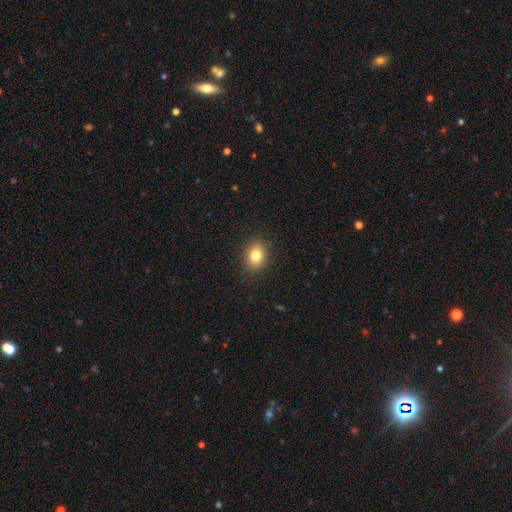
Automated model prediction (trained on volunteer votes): The model was most divided on "how rounded": in between: 54%, round: 45%, cigar-shaped: 1%. More confident: merging — none (89%); smooth or featured — smooth (81%).